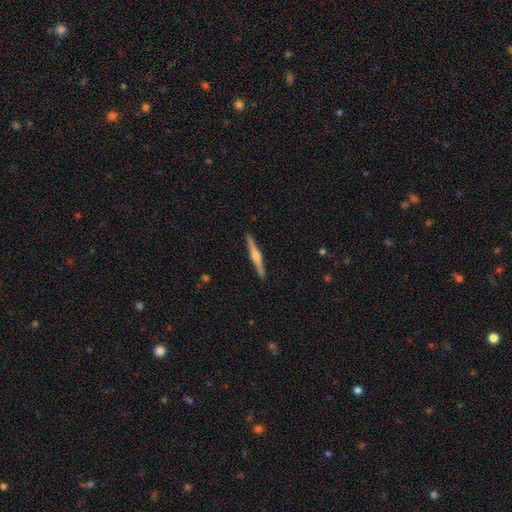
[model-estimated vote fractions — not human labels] A featured or disk galaxy (75%) viewed edge-on (98%) with a rounded central bulge (86%). Merging: none (92%).